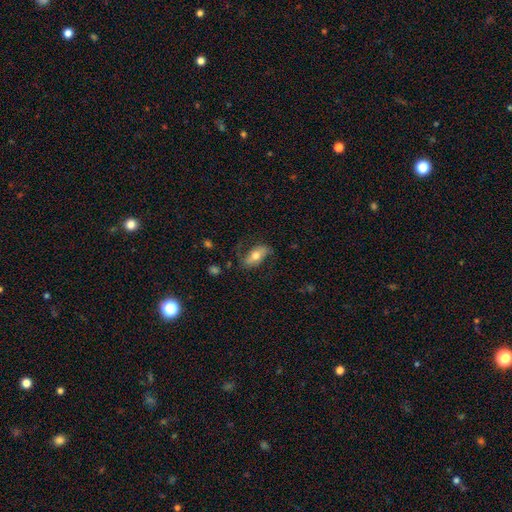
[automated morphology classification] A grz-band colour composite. It shows a smooth galaxy with no disk features (55%) that is in between round and cigar-shaped (82%). Merging: none (68%).